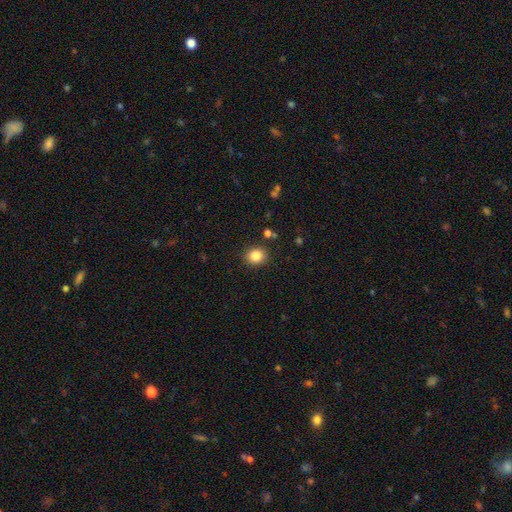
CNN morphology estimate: smooth-or-featured: smooth: 85% | star or artifact: 10% | featured or disk: 4%
  how-rounded: round: 73% | in between: 26% | cigar-shaped: 1%
  merging: none: 87% | minor disturbance: 8% | major disturbance: 3% | merger: 2%